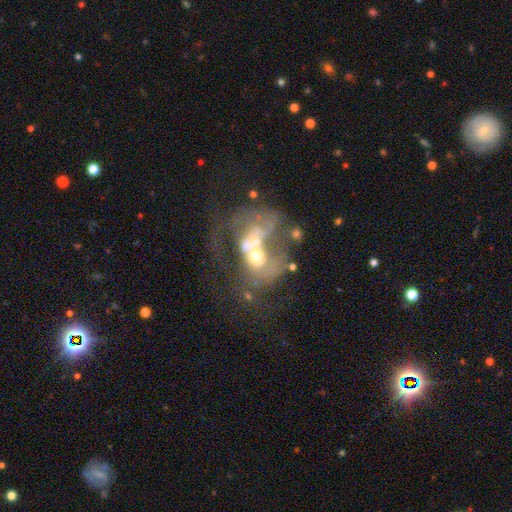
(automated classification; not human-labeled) smooth_or_featured: featured or disk (p=0.62) [alt: smooth p=0.25]
disk_edge_on: no (p=0.97) [alt: yes p=0.03]
bar: no (p=0.76) [alt: weak p=0.18]
has_spiral_arms: no (p=0.60) [alt: yes p=0.40]
bulge_size: moderate (p=0.54) [alt: small p=0.19]
merging: merger (p=0.61) [alt: major disturbance p=0.24]